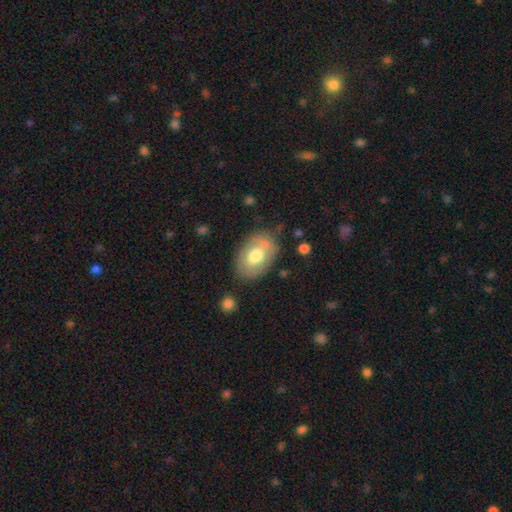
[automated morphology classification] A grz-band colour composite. It shows a smooth galaxy with no disk features (62%) that is in between round and cigar-shaped (85%). Merging: none (71%).